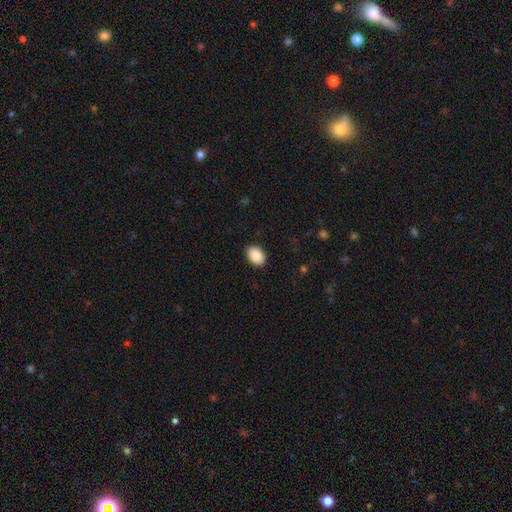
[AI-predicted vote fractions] Smooth or featured?
  - smooth: 88% *
  - star or artifact: 7%
  - featured or disk: 5%
How rounded?
  - in between: 83% *
  - round: 16%
  - cigar-shaped: 1%
Merging?
  - none: 90% *
  - minor disturbance: 8%
  - major disturbance: 2%
  - merger: 1%